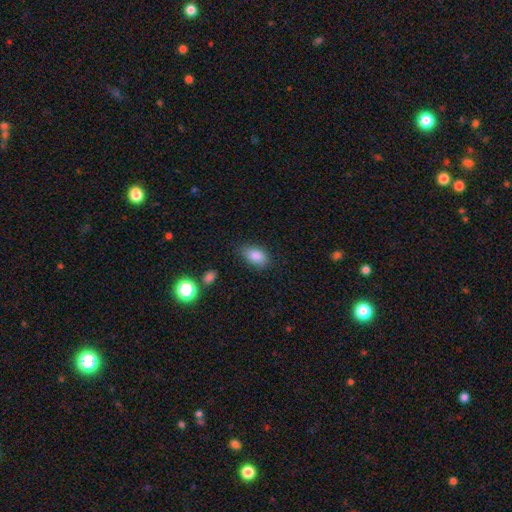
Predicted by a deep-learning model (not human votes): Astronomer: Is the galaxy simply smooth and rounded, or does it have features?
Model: smooth — 86%.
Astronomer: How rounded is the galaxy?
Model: in between — 88%.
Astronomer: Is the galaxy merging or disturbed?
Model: none — 73%.